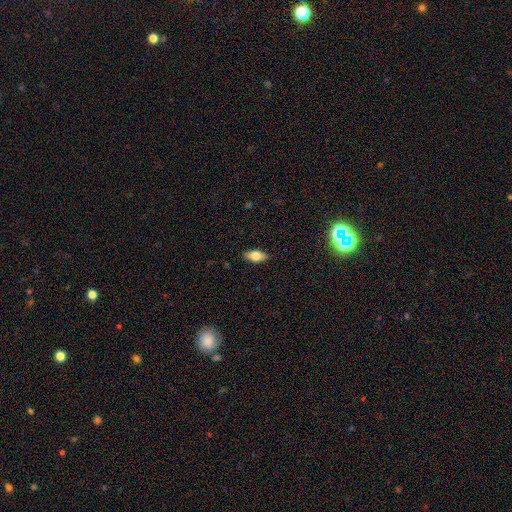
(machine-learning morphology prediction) smooth-or-featured: smooth: 74% | featured or disk: 19% | star or artifact: 8%
  how-rounded: in between: 86% | cigar-shaped: 10% | round: 4%
  merging: none: 88% | minor disturbance: 9% | major disturbance: 2% | merger: 1%